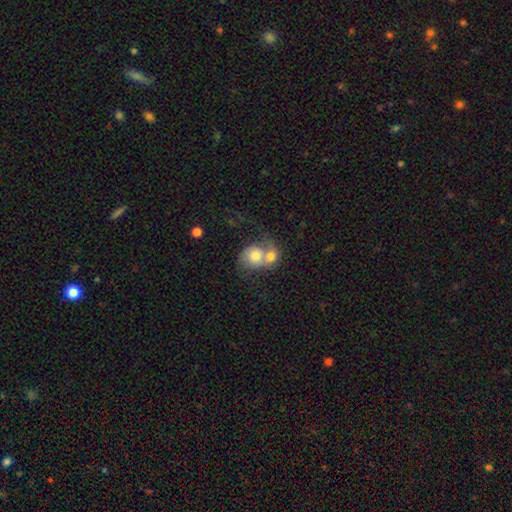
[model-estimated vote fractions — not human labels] smooth-or-featured: smooth: 56% | featured or disk: 36% | star or artifact: 8%
  how-rounded: round: 65% | in between: 34% | cigar-shaped: 1%
  merging: merger: 75% | none: 13% | major disturbance: 6% | minor disturbance: 6%